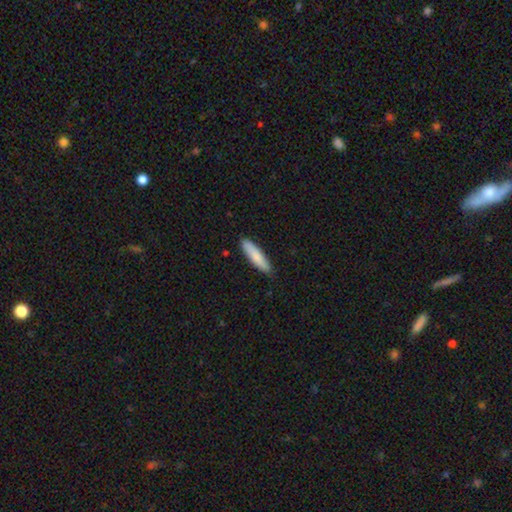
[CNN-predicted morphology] A smooth galaxy with no disk features (83%) that is cigar-shaped (76%). Merging: none (87%).